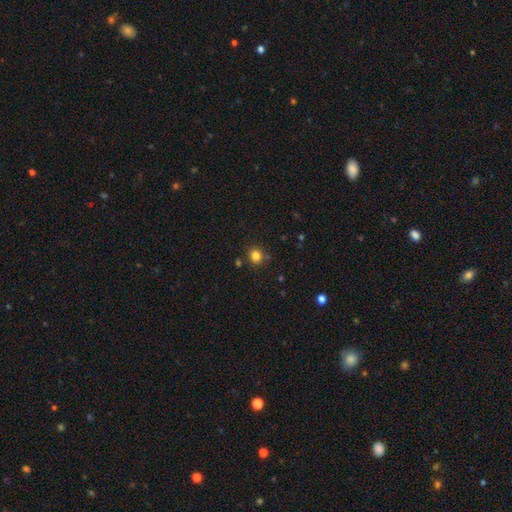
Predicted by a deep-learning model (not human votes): Overall: smooth (82%). How rounded: round (88%). Merging: none (83%).